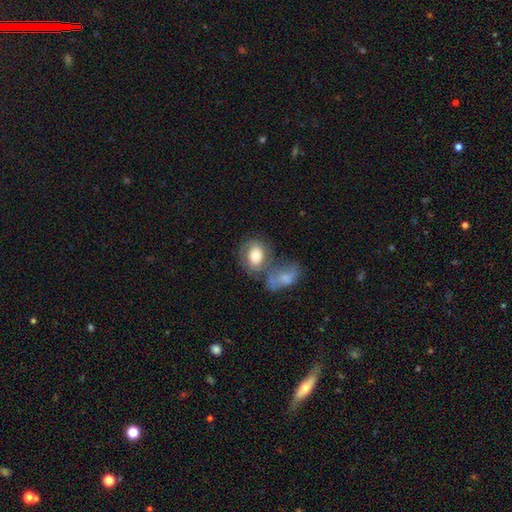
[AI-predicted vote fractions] Morphology: type=smooth (67%); roundness=in between (69%); merging=none (38%).